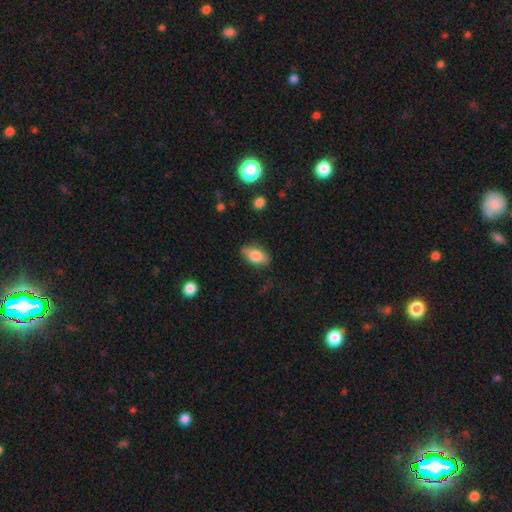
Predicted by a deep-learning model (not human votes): A smooth galaxy with no disk features (77%) that is in between round and cigar-shaped (90%). Merging: none (78%).